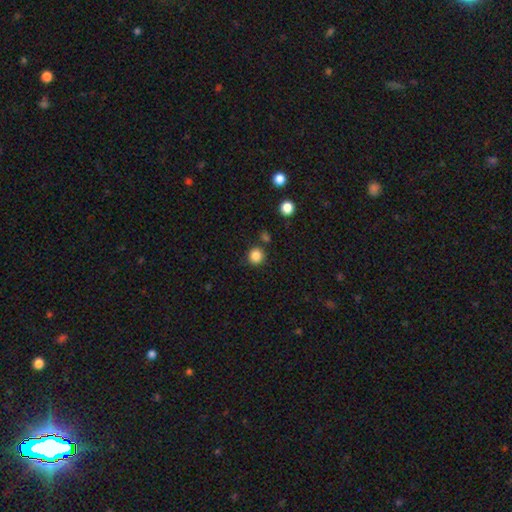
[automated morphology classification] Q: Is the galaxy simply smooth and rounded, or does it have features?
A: smooth — 86%.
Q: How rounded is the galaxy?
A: round — 93%.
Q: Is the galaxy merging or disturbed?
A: none — 85%.